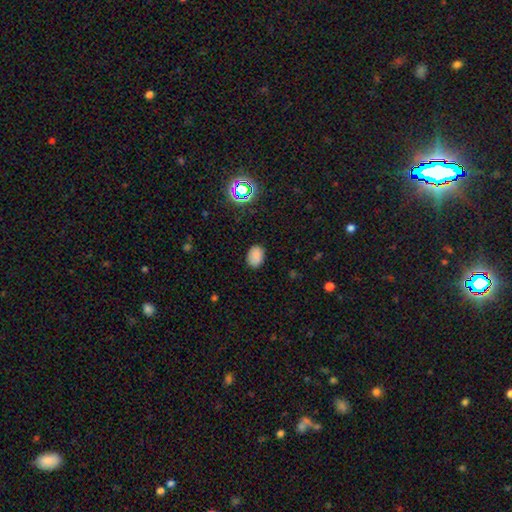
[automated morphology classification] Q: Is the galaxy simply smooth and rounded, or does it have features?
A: smooth — 81%.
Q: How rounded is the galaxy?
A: in between — 73%.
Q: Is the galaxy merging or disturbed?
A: none — 82%.